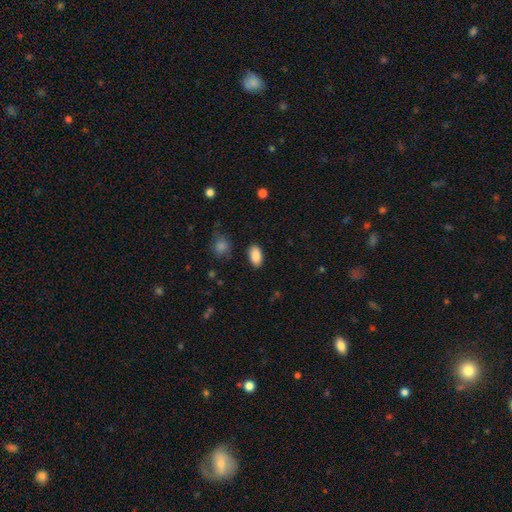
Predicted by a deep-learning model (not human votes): The model was most divided on "merging": none: 86%, minor disturbance: 10%, major disturbance: 3%, merger: 2%. More confident: how rounded — in between (93%); smooth or featured — smooth (88%).